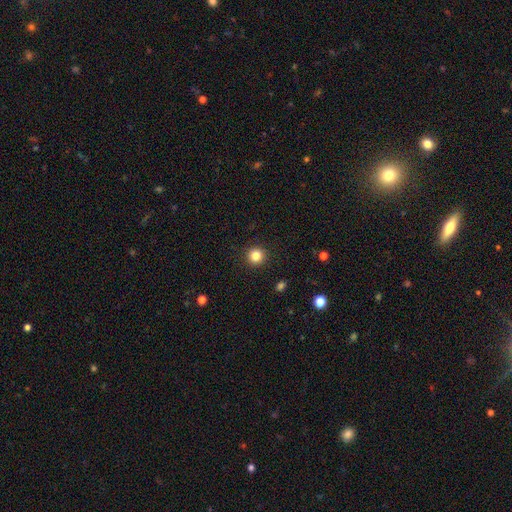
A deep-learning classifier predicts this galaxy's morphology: smooth_or_featured: smooth (p=0.84) [alt: star or artifact p=0.11]
how_rounded: round (p=0.95) [alt: in between p=0.04]
merging: none (p=0.92) [alt: minor disturbance p=0.05]